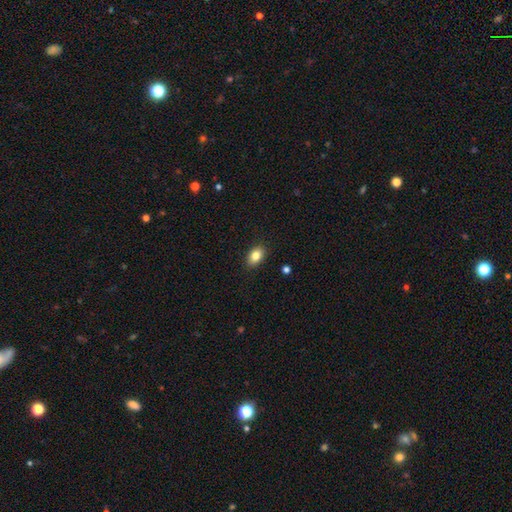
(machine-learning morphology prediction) Smooth or featured?
  - smooth: 83% *
  - featured or disk: 9%
  - star or artifact: 8%
How rounded?
  - in between: 86% *
  - round: 13%
  - cigar-shaped: 2%
Merging?
  - none: 88% *
  - minor disturbance: 9%
  - major disturbance: 2%
  - merger: 1%